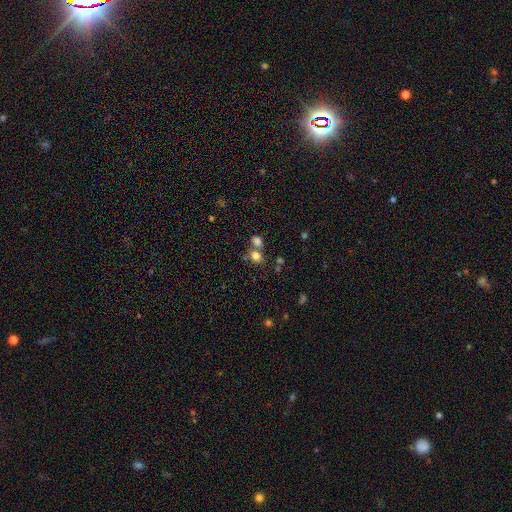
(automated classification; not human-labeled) Smooth or featured: smooth — 79% (star or artifact — 14%)
How rounded: round — 55% (in between — 43%)
Merging: none — 52% (merger — 35%)